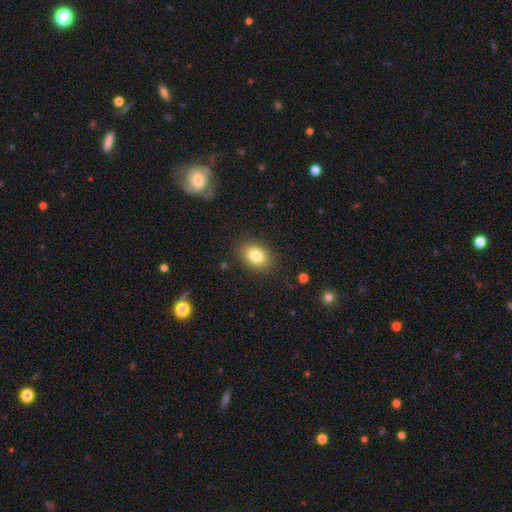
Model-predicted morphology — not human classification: smooth-or-featured: smooth: 81% | star or artifact: 9% | featured or disk: 9%
  how-rounded: in between: 74% | round: 25% | cigar-shaped: 1%
  merging: none: 86% | minor disturbance: 10% | major disturbance: 3% | merger: 1%